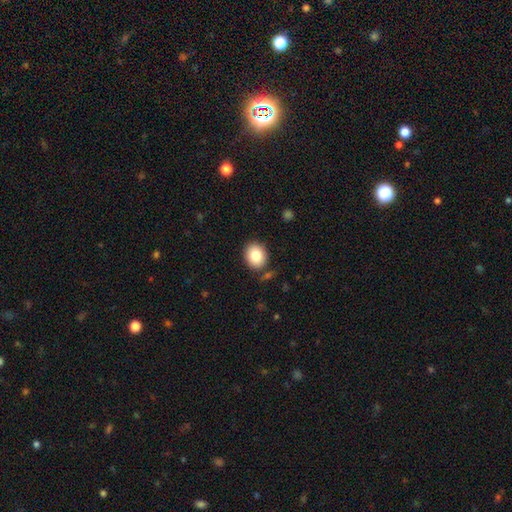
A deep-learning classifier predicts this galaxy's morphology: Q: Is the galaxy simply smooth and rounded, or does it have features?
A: smooth — 83%.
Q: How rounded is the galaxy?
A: round — 59%.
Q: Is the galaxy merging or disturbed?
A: none — 84%.